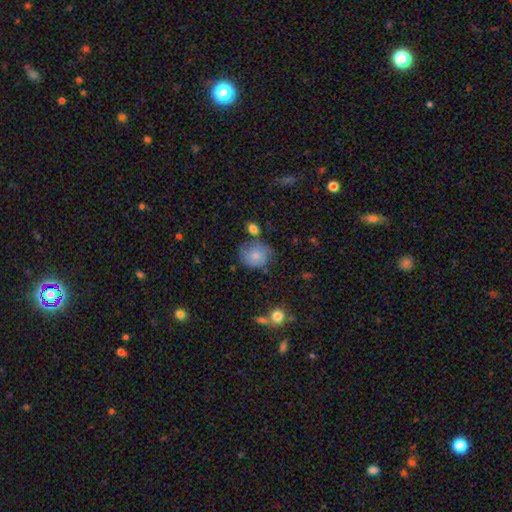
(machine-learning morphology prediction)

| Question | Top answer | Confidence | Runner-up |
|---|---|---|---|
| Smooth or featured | smooth | 65% | featured or disk (26%) |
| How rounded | round | 68% | in between (31%) |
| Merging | none | 51% | minor disturbance (30%) |